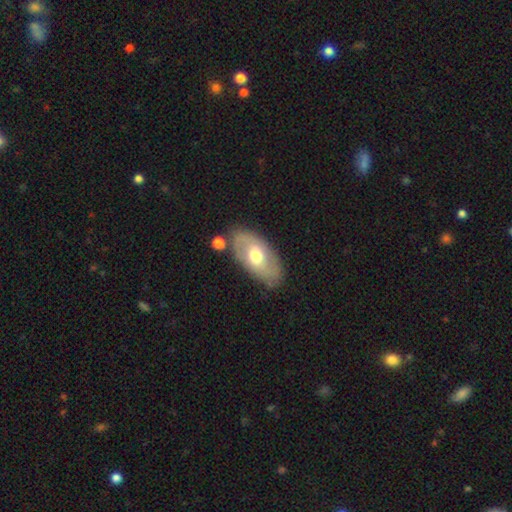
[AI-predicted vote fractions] Morphology: type=featured or disk (50%); merging=none (74%).